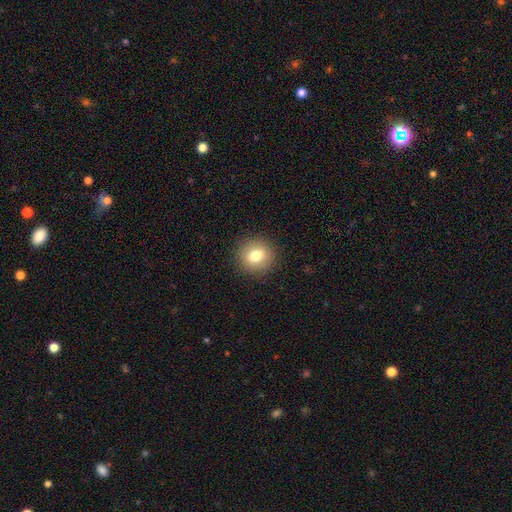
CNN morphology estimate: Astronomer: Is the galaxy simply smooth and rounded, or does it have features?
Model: smooth — 77%.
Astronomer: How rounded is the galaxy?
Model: round — 83%.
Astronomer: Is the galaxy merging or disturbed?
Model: none — 90%.